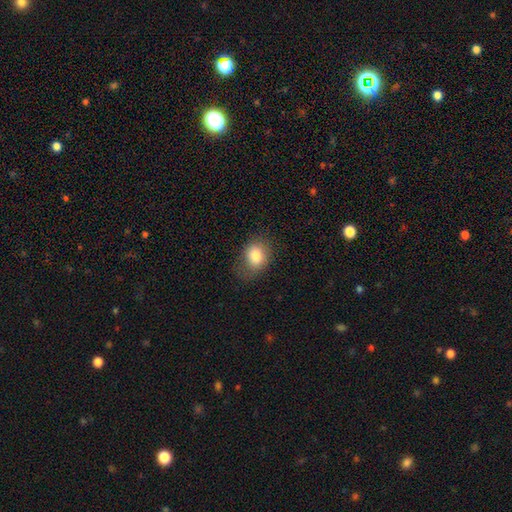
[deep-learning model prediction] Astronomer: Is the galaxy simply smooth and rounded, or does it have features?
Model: smooth — 81%.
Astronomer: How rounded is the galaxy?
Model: in between — 62% (runner-up: round, 37%).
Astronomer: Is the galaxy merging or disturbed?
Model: none — 65%.